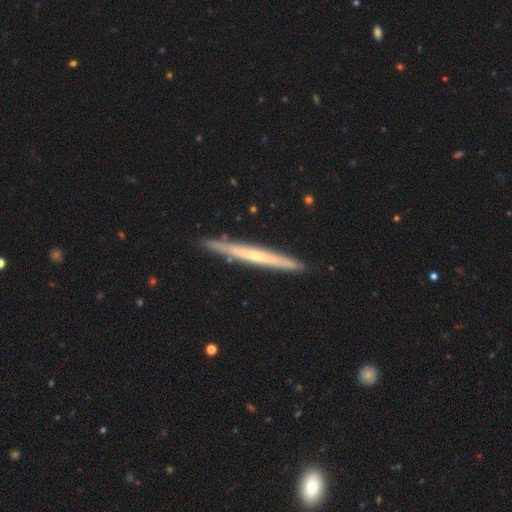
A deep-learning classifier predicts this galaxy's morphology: A featured or disk galaxy (60%) viewed edge-on (95%) with no central bulge (71%).

Vote fractions:
- Smooth or featured? featured or disk: 60% / smooth: 34% / star or artifact: 5%
- Edge-on disk? yes: 95% / no: 5%
- Edge-on bulge? none: 71% / rounded: 24% / boxy: 5%
- Merging? none: 89% / minor disturbance: 8% / major disturbance: 1% / merger: 1%